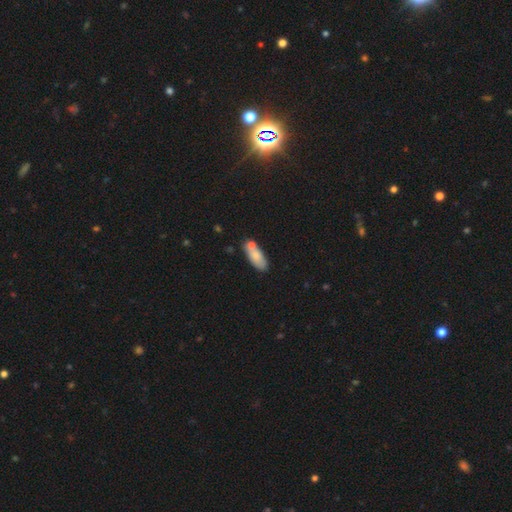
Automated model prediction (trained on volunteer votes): Smooth or featured: smooth — 78% (featured or disk — 16%)
How rounded: in between — 74% (cigar-shaped — 23%)
Merging: none — 57% (merger — 21%)